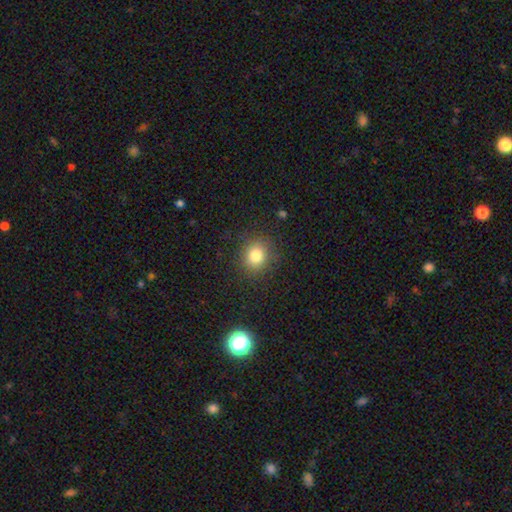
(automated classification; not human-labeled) This is clearly a smooth galaxy (80%). How rounded: clearly round (81%). Merging: clearly none (87%).